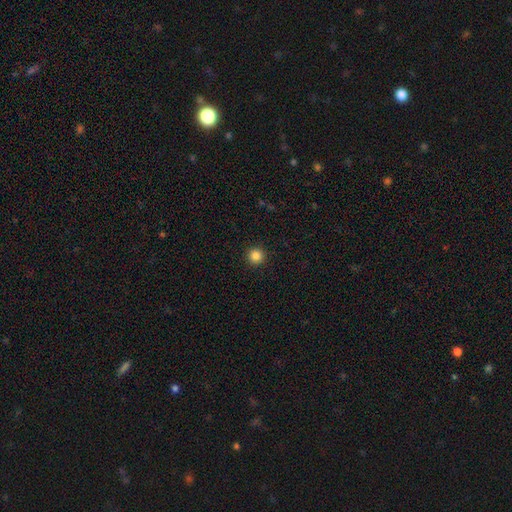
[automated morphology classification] smooth-or-featured: smooth: 85% | star or artifact: 11% | featured or disk: 4%
  how-rounded: round: 96% | in between: 3% | cigar-shaped: 1%
  merging: none: 94% | minor disturbance: 4% | major disturbance: 2% | merger: 1%